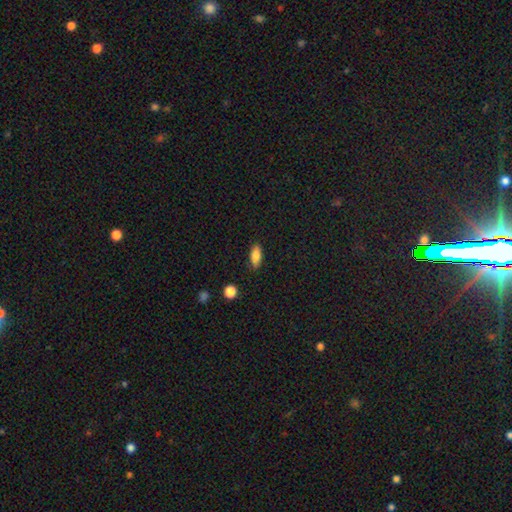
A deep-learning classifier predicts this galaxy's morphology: Smooth or featured?
  - smooth: 83% *
  - featured or disk: 9%
  - star or artifact: 8%
How rounded?
  - in between: 81% *
  - cigar-shaped: 16%
  - round: 3%
Merging?
  - none: 85% *
  - minor disturbance: 11%
  - major disturbance: 2%
  - merger: 2%